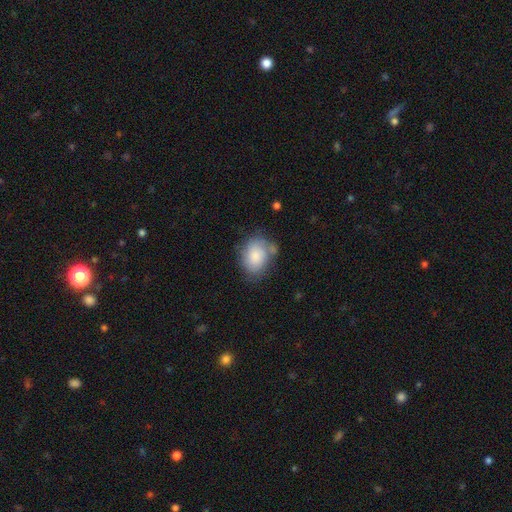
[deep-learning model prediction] smooth_or_featured: smooth (p=0.80) [alt: featured or disk p=0.13]
how_rounded: in between (p=0.63) [alt: round p=0.36]
merging: none (p=0.55) [alt: minor disturbance p=0.26]